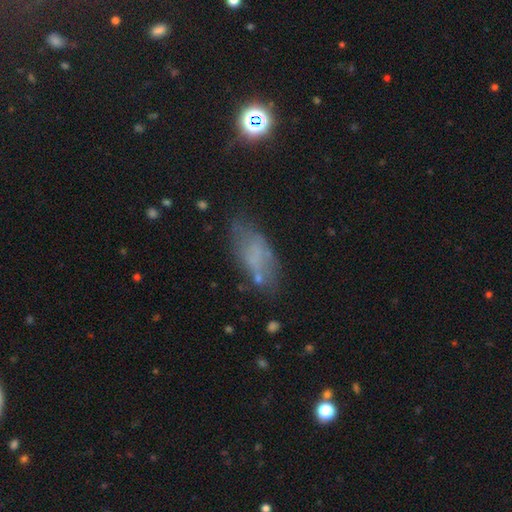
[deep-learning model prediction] This is possibly a smooth galaxy (53%). How rounded: likely in between (79%). Merging: possibly none (55%).